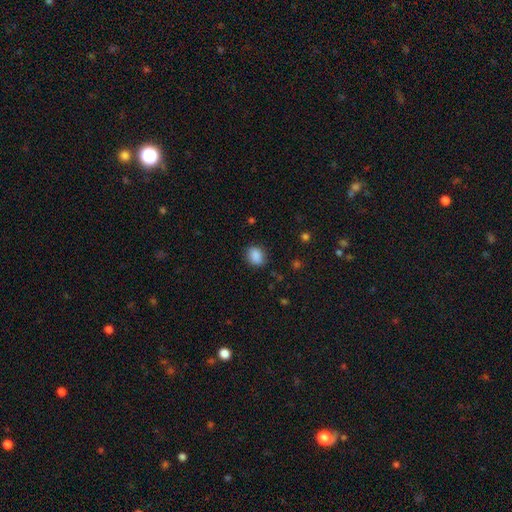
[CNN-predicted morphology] Q: Smooth or featured?
A: smooth (88%); runner-up: star or artifact (9%)
Q: How rounded?
A: round (52%); runner-up: in between (47%)
Q: Merging?
A: none (82%); runner-up: minor disturbance (13%)